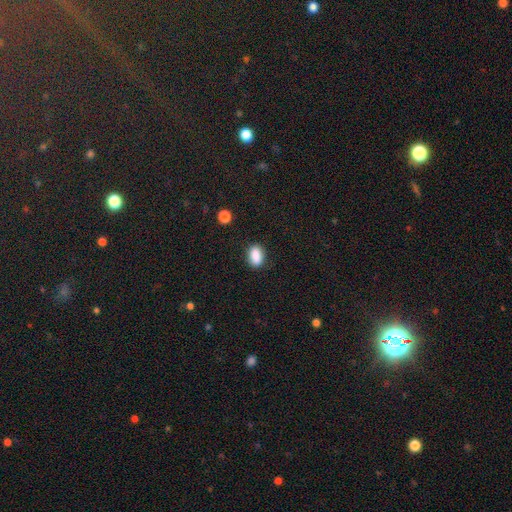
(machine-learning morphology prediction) Overall: smooth (88%). How rounded: in between (86%). Merging: none (86%).